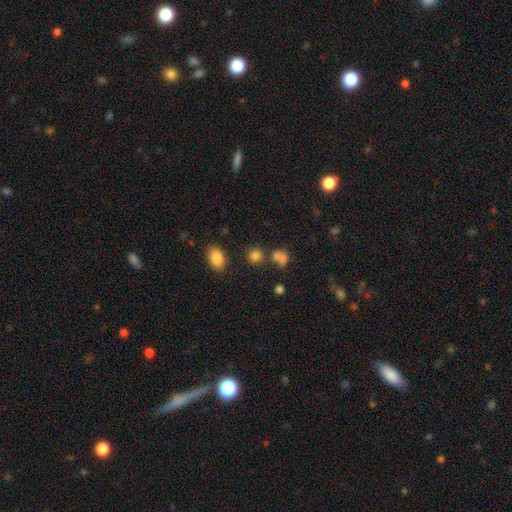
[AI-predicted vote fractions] Smooth or featured? Predicted: smooth (p=0.79). How rounded? Predicted: round (p=0.78). Merging? Predicted: none (p=0.66).